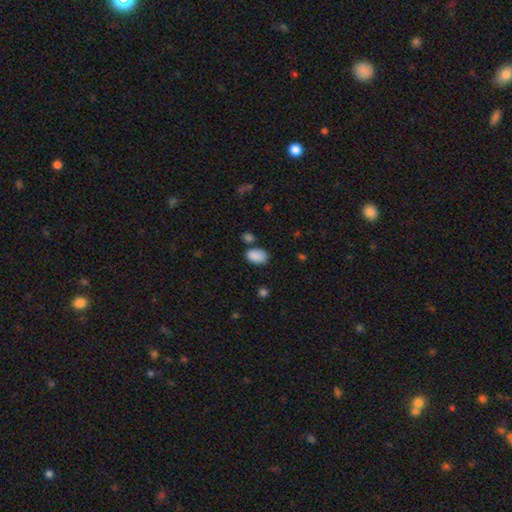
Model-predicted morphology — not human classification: This is clearly a smooth galaxy (87%). How rounded: clearly in between (86%). Merging: likely none (66%).